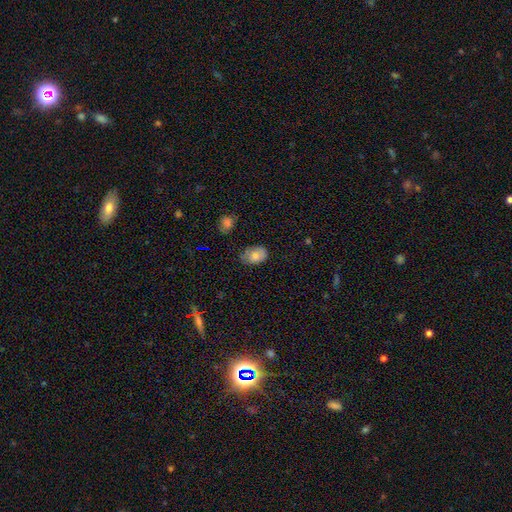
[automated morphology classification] A smooth galaxy with no disk features (76%) that is in between round and cigar-shaped (82%). Merging: none (58%).